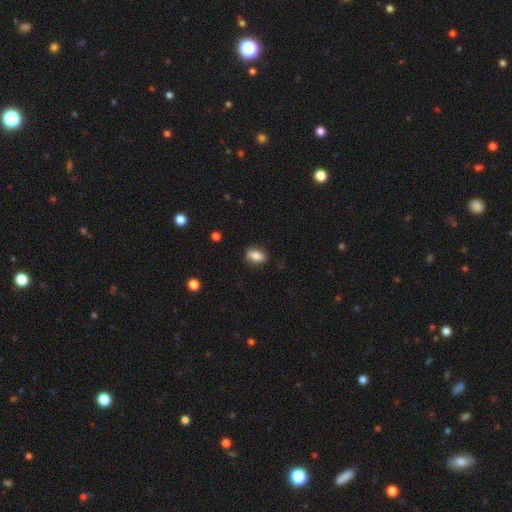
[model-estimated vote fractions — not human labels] Smooth or featured: smooth — 82% (featured or disk — 10%)
How rounded: in between — 85% (round — 12%)
Merging: none — 80% (minor disturbance — 15%)